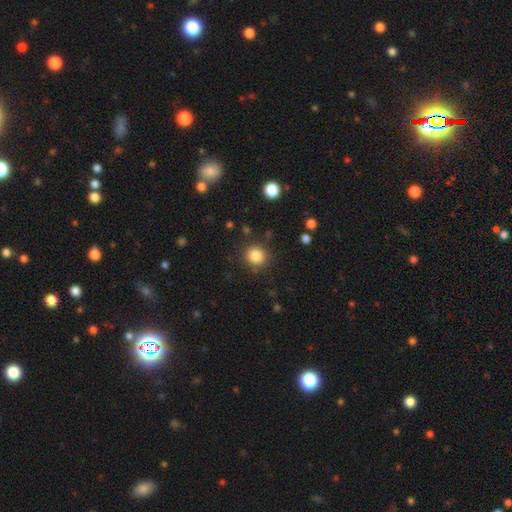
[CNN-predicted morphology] smooth-or-featured: smooth: 85% | star or artifact: 11% | featured or disk: 5%
  how-rounded: round: 91% | in between: 8% | cigar-shaped: 1%
  merging: none: 86% | minor disturbance: 8% | major disturbance: 3% | merger: 2%